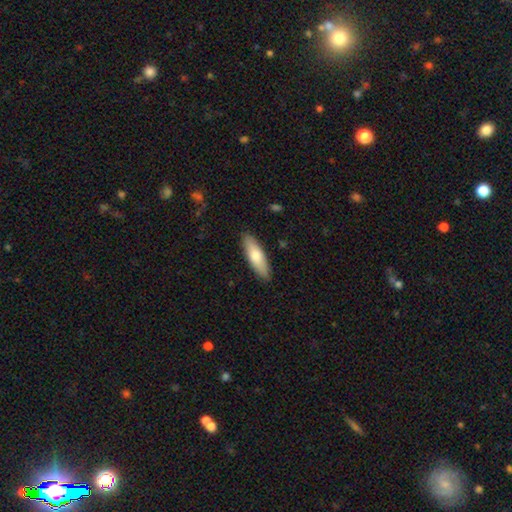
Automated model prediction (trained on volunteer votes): Overall: smooth (73%). How rounded: cigar-shaped (54%; in between 45%). Merging: none (88%).